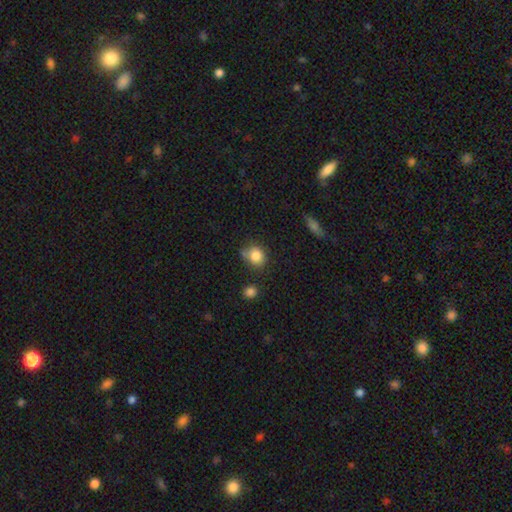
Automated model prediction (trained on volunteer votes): smooth_or_featured: smooth (p=0.83) [alt: star or artifact p=0.10]
how_rounded: round (p=0.65) [alt: in between p=0.34]
merging: none (p=0.57) [alt: minor disturbance p=0.26]